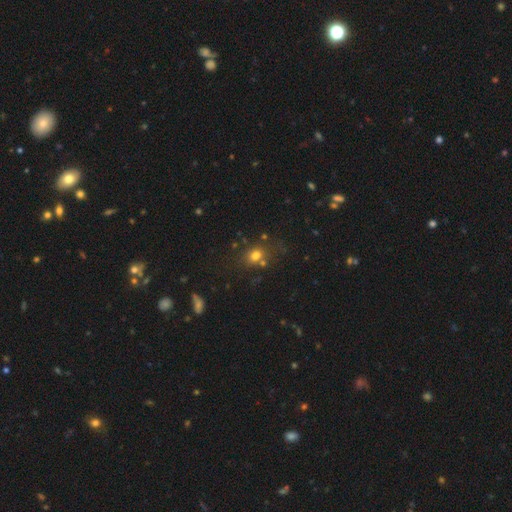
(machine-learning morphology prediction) A smooth galaxy with no disk features (73%) that is round (63%). Merging: none (66%).